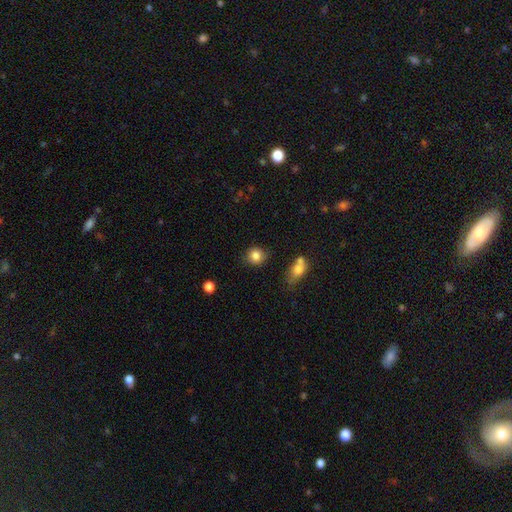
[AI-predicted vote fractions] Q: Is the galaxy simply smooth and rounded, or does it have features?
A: smooth — 84%.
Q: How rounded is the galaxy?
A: round — 84%.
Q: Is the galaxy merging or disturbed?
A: none — 82%.